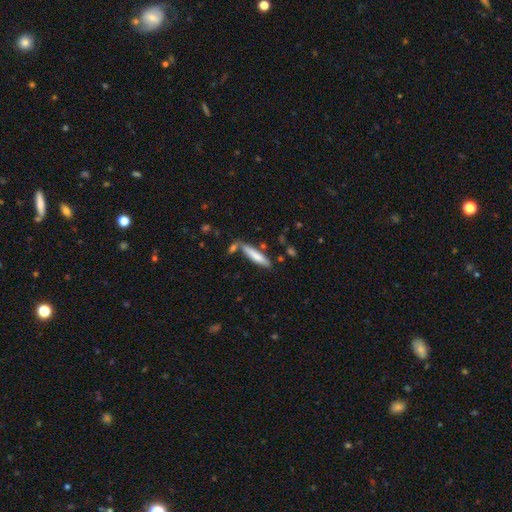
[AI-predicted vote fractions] smooth 74%, featured or disk 20%, star or artifact 6%. Down the decision tree: how rounded — cigar-shaped (83%); merging — none (70%).